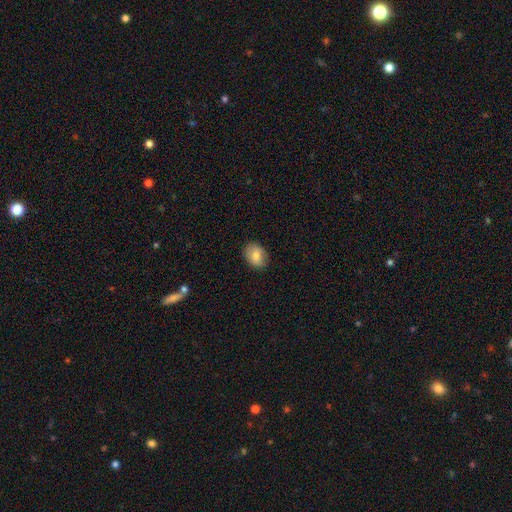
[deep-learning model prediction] This is clearly a smooth galaxy (81%). How rounded: likely in between (71%). Merging: clearly none (86%).